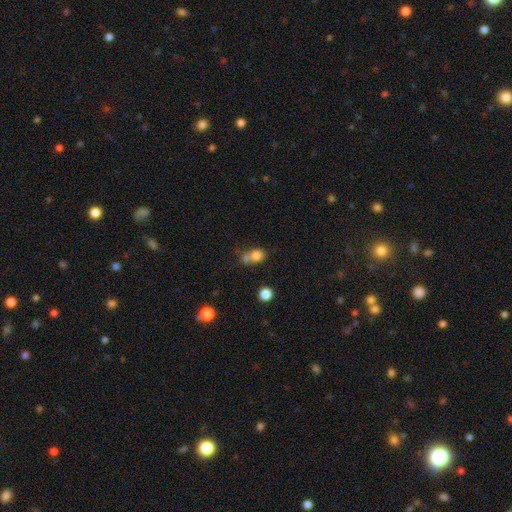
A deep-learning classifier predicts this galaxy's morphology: type=smooth (77%); roundness=round (58%); merging=merger (43%).